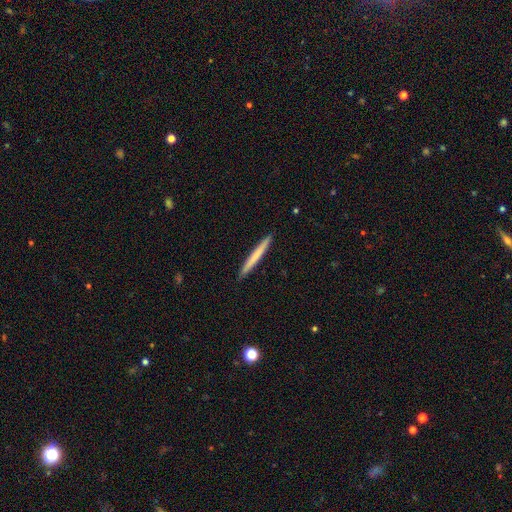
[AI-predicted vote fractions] smooth 65%, featured or disk 30%, star or artifact 5%. Down the decision tree: how rounded — cigar-shaped (97%); merging — none (93%).